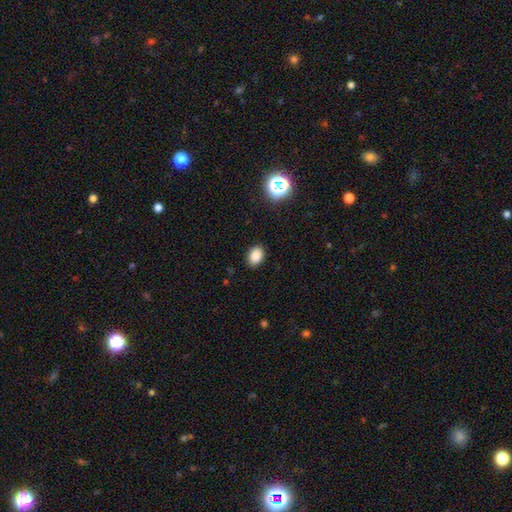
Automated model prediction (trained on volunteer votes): This is clearly a smooth galaxy (85%). How rounded: likely in between (76%). Merging: clearly none (89%).